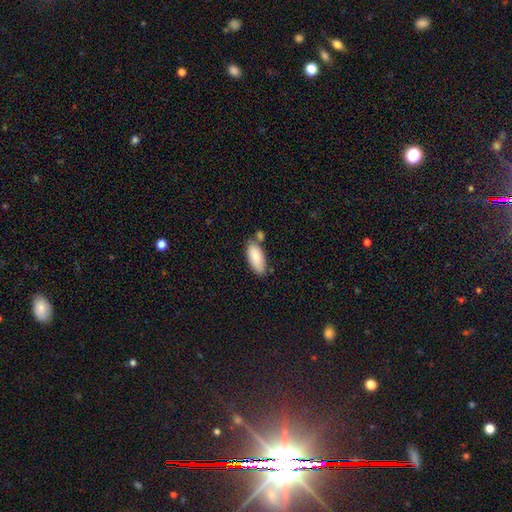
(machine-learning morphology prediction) smooth_or_featured: smooth (p=0.83) [alt: featured or disk p=0.10]
how_rounded: in between (p=0.86) [alt: cigar-shaped p=0.12]
merging: none (p=0.61) [alt: minor disturbance p=0.19]